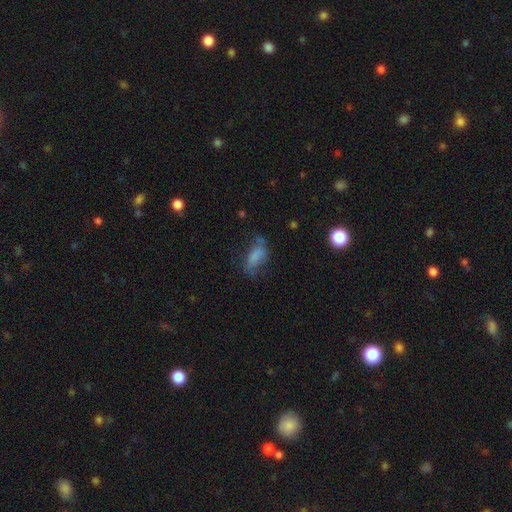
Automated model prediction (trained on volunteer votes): A smooth galaxy with no disk features (64%) that is in between round and cigar-shaped (80%). Merging: none (44%).